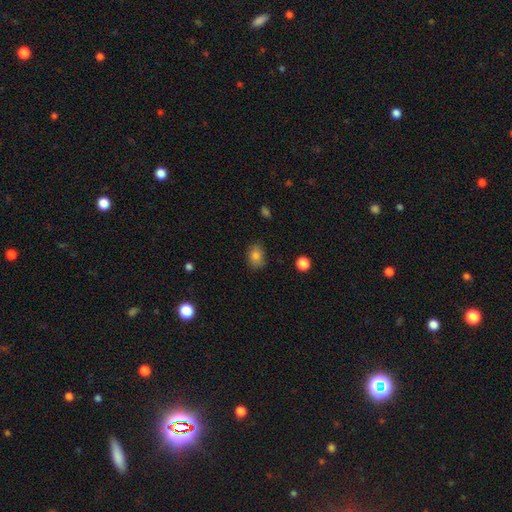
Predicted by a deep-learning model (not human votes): Q: Smooth or featured?
A: smooth (83%); runner-up: star or artifact (10%)
Q: How rounded?
A: in between (71%); runner-up: round (28%)
Q: Merging?
A: none (81%); runner-up: minor disturbance (14%)